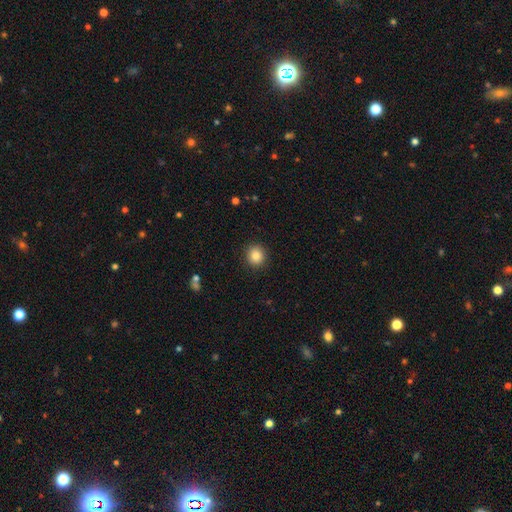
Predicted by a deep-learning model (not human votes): Smooth or featured? Predicted: smooth (p=0.85). How rounded? Predicted: round (p=0.89). Merging? Predicted: none (p=0.91).